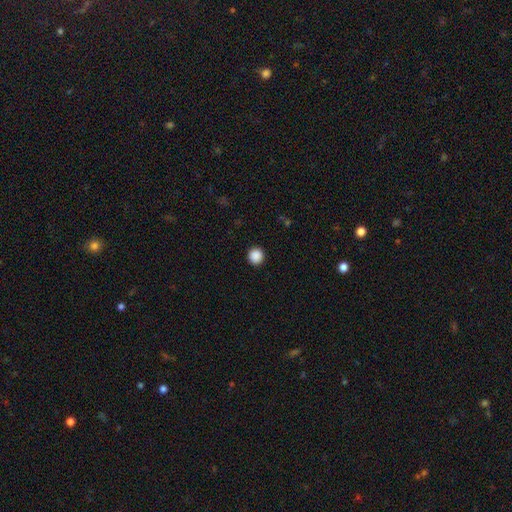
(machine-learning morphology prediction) Q: Smooth or featured?
A: smooth (89%); runner-up: star or artifact (9%)
Q: How rounded?
A: round (95%); runner-up: in between (4%)
Q: Merging?
A: none (93%); runner-up: minor disturbance (4%)